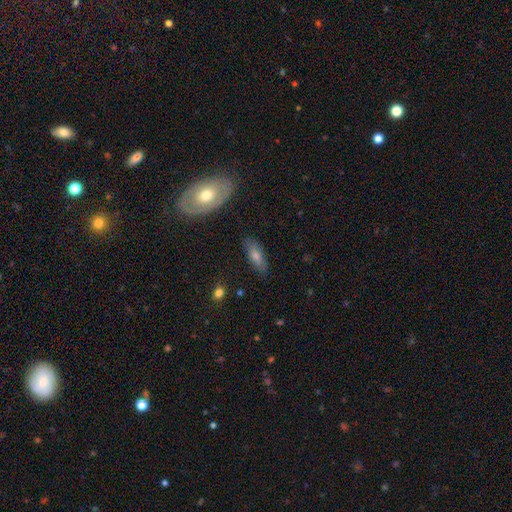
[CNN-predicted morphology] smooth 57%, featured or disk 33%, star or artifact 10%. Down the decision tree: how rounded — in between (68%); merging — none (82%).